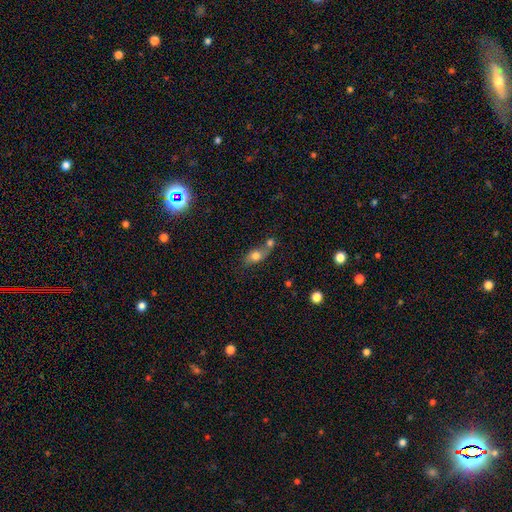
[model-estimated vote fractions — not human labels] smooth-or-featured: smooth: 70% | featured or disk: 20% | star or artifact: 10%
  how-rounded: in between: 66% | round: 26% | cigar-shaped: 8%
  merging: merger: 50% | none: 32% | minor disturbance: 12% | major disturbance: 7%